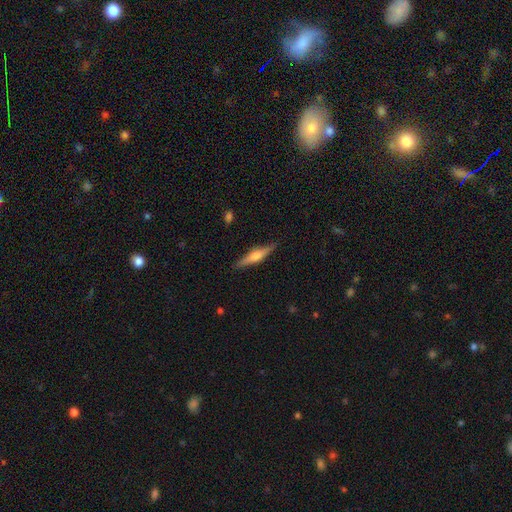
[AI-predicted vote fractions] This appears to be a featured or disk galaxy (59%) viewed edge-on (97%) with a rounded central bulge (81%). Merging: none (88%).